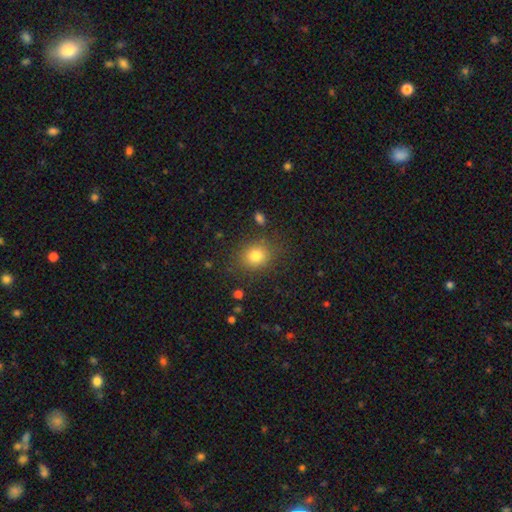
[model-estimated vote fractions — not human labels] This appears to be a smooth galaxy with no disk features (80%) that is round (67%). Merging: none (83%).